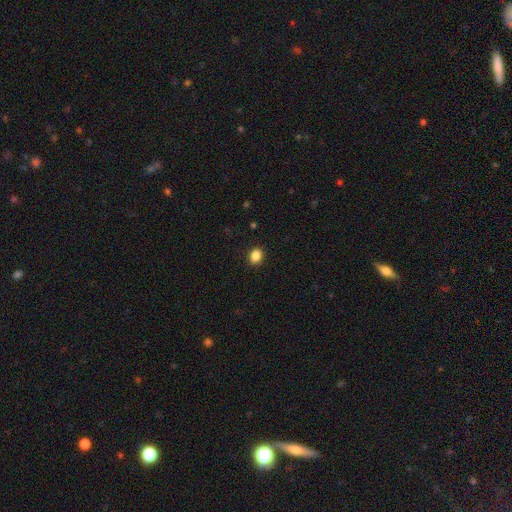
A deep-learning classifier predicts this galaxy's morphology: A smooth galaxy with no disk features (86%) that is in between round and cigar-shaped (53%). Merging: none (89%).